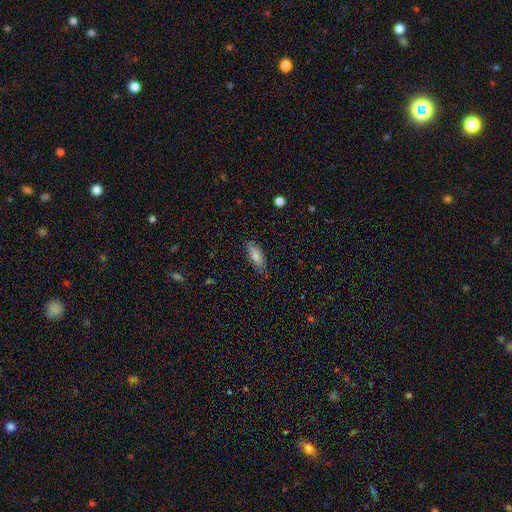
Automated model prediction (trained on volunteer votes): Q: Smooth or featured?
A: smooth (78%); runner-up: featured or disk (14%)
Q: How rounded?
A: in between (73%); runner-up: cigar-shaped (25%)
Q: Merging?
A: none (74%); runner-up: minor disturbance (20%)